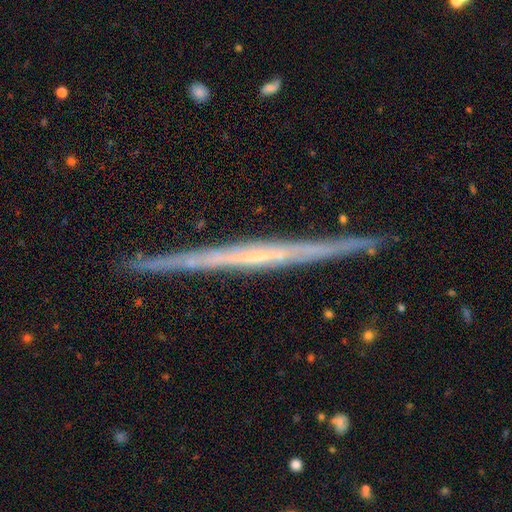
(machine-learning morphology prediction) smooth-or-featured: featured or disk: 78% | smooth: 16% | star or artifact: 7%
  disk-edge-on: yes: 98% | no: 2%
    edge-on-bulge: none: 75% | rounded: 19% | boxy: 6%
  merging: none: 90% | minor disturbance: 7% | major disturbance: 1% | merger: 1%